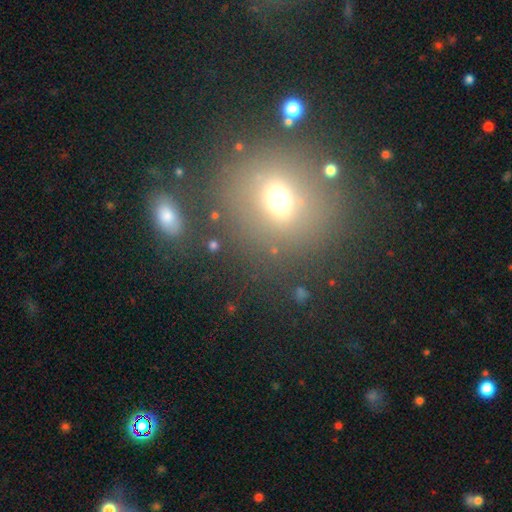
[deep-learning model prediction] This appears to be a smooth galaxy with no disk features (58%) that is round (72%). Merging: none (78%).